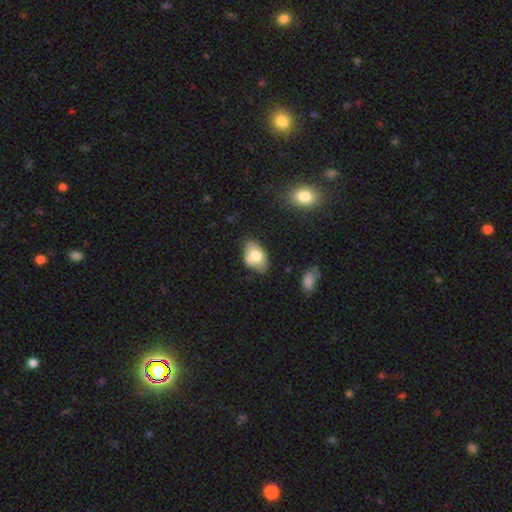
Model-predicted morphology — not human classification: The model was most divided on "merging": none: 53%, minor disturbance: 30%, merger: 9%, major disturbance: 8%. More confident: how rounded — in between (90%); smooth or featured — smooth (70%).